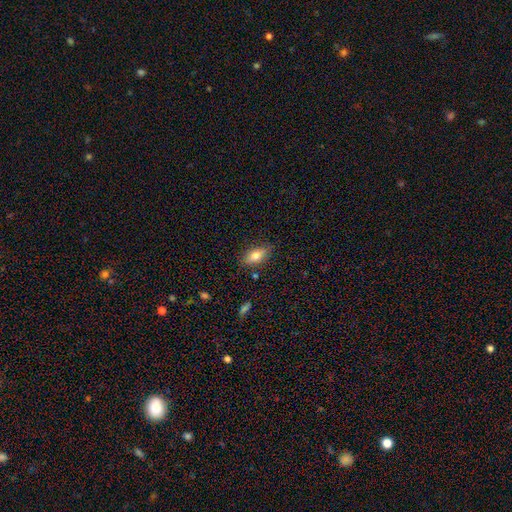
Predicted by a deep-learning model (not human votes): Smooth or featured? Predicted: smooth (p=0.73). How rounded? Predicted: in between (p=0.84). Merging? Predicted: none (p=0.82).